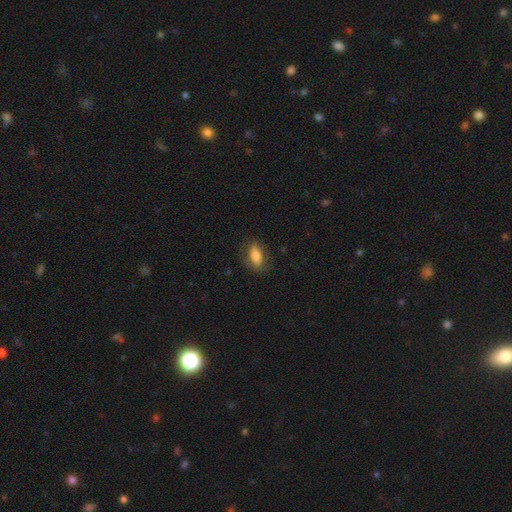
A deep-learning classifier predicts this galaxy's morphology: A smooth galaxy with no disk features (75%) that is in between round and cigar-shaped (83%). Merging: none (77%).